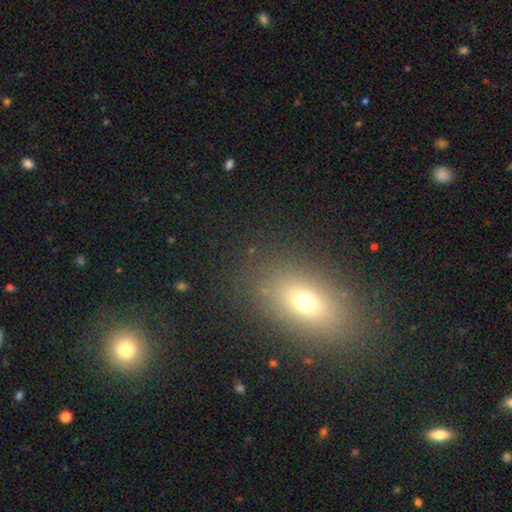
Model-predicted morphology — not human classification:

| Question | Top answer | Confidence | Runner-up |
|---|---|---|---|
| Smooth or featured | smooth | 65% | star or artifact (19%) |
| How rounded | in between | 76% | round (17%) |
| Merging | none | 85% | minor disturbance (8%) |